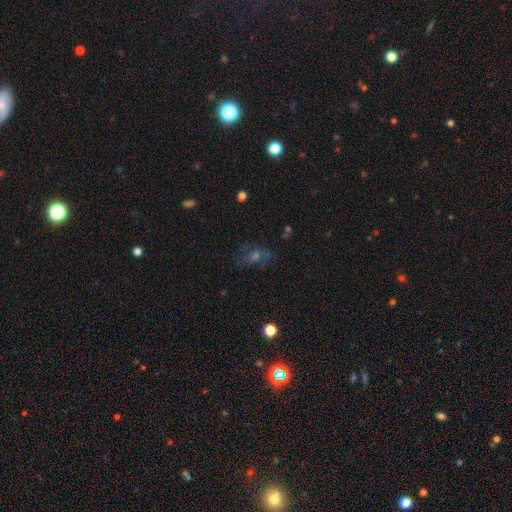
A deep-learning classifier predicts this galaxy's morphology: This appears to be a featured or disk galaxy (39%). Merging: none (68%).